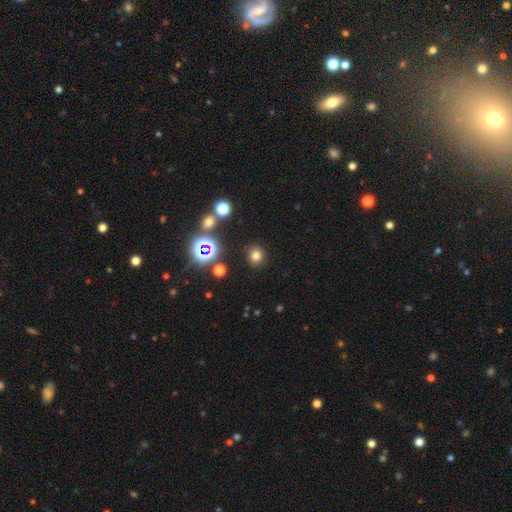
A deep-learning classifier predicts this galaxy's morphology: The model was most divided on "smooth or featured": smooth: 73%, star or artifact: 21%, featured or disk: 7%. More confident: merging — none (88%); how rounded — round (83%).